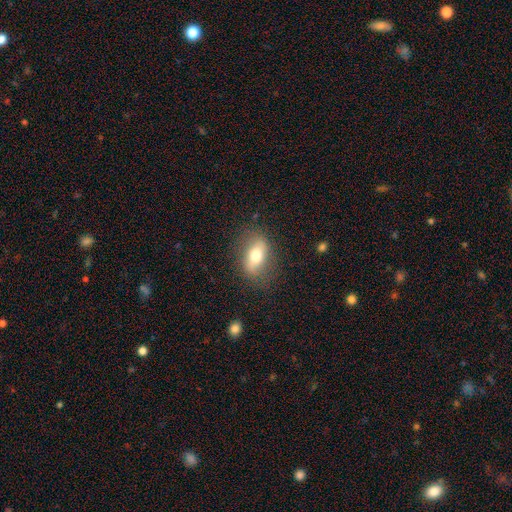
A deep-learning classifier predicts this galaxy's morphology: Smooth or featured: smooth — 57% (featured or disk — 35%)
How rounded: in between — 81% (round — 10%)
Merging: none — 77% (minor disturbance — 16%)